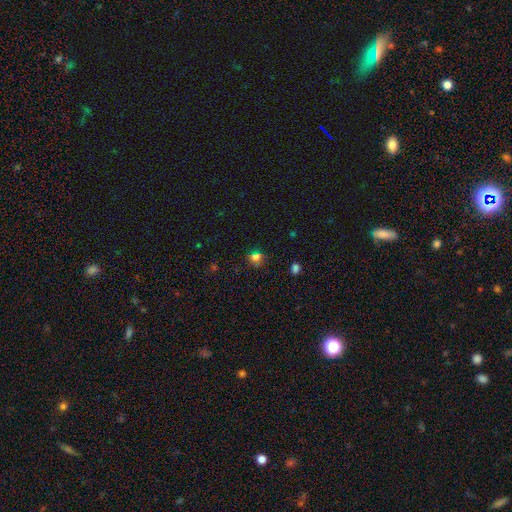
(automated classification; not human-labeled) Overall: smooth (67%). How rounded: round (74%). Merging: none (74%).